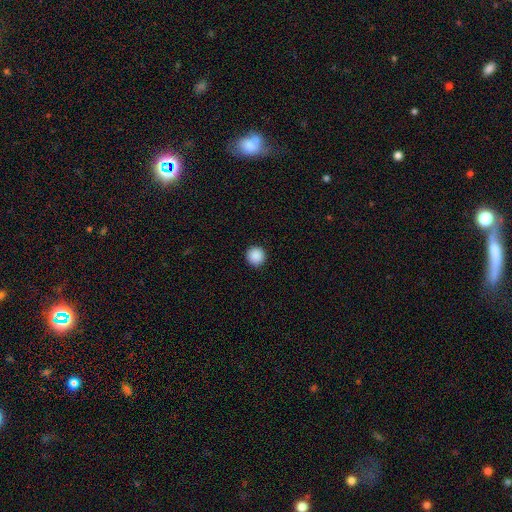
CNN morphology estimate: Smooth or featured: smooth — 89% (star or artifact — 9%)
How rounded: round — 96% (in between — 3%)
Merging: none — 93% (minor disturbance — 4%)